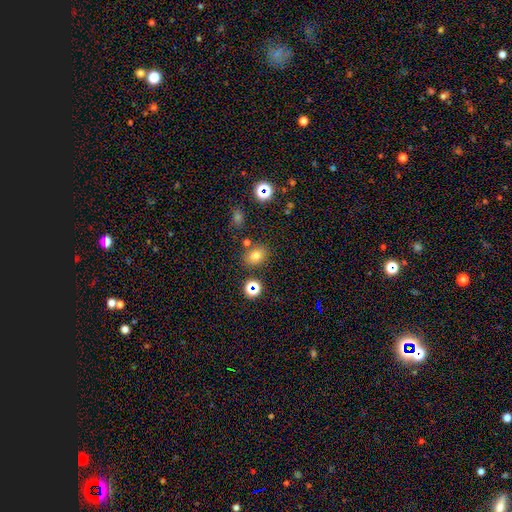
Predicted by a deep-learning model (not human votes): Morphology: type=smooth (74%); roundness=in between (55%); merging=none (77%).